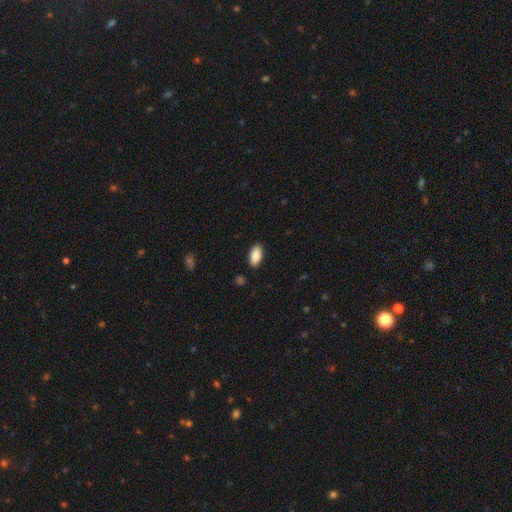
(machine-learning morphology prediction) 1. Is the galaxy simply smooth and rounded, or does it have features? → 88% smooth, 7% star or artifact, 5% featured or disk.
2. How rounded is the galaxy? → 93% in between, 4% cigar-shaped, 3% round.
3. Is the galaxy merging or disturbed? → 89% none, 8% minor disturbance, 2% major disturbance, 1% merger.